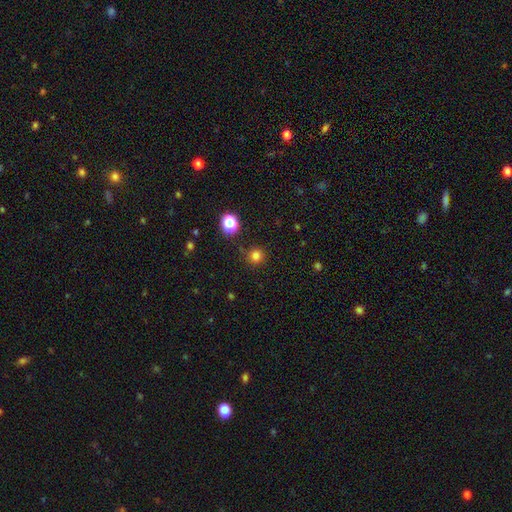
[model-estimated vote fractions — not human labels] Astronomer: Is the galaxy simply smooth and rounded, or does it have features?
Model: smooth — 79%.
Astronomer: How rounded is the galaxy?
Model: round — 92%.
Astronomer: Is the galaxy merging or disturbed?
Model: none — 87%.